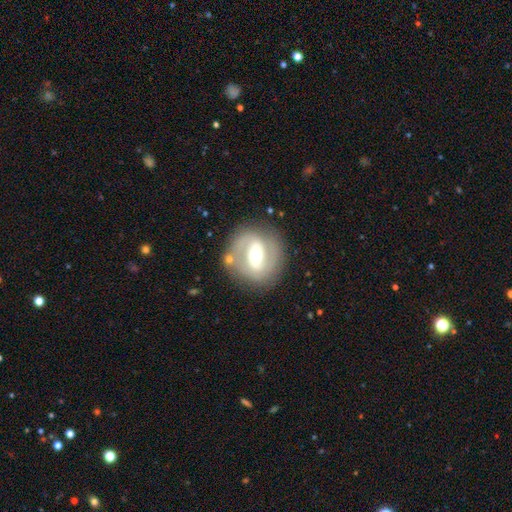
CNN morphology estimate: This appears to be a featured or disk galaxy (73%) with a strong bar (47%), spiral arms (72%) and a moderate central bulge (68%). Merging: none (79%).